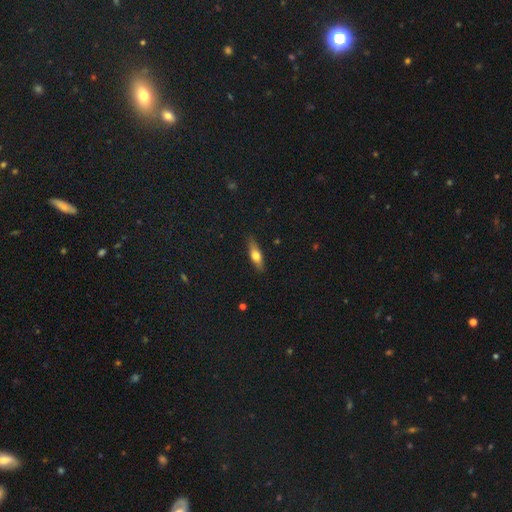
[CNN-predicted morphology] smooth 57%, featured or disk 36%, star or artifact 7%. Down the decision tree: how rounded — cigar-shaped (55%); merging — none (87%).